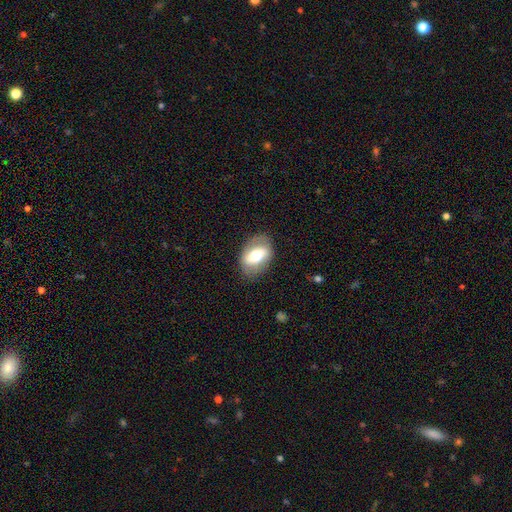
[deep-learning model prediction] Smooth or featured: smooth — 49% (featured or disk — 44%)
Merging: none — 79% (minor disturbance — 15%)